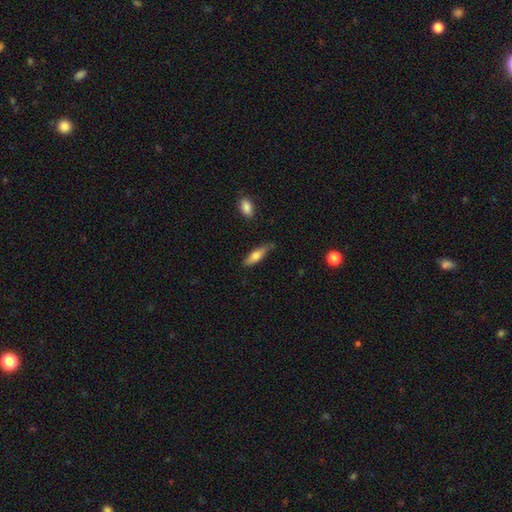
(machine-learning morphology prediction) A smooth galaxy with no disk features (67%) that is cigar-shaped (56%). Merging: none (66%).